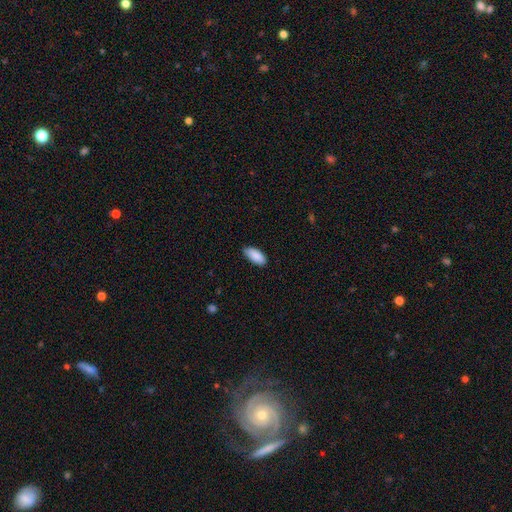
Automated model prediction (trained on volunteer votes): The model was most divided on "merging": none: 82%, minor disturbance: 14%, major disturbance: 2%, merger: 1%. More confident: smooth or featured — smooth (90%); how rounded — in between (89%).